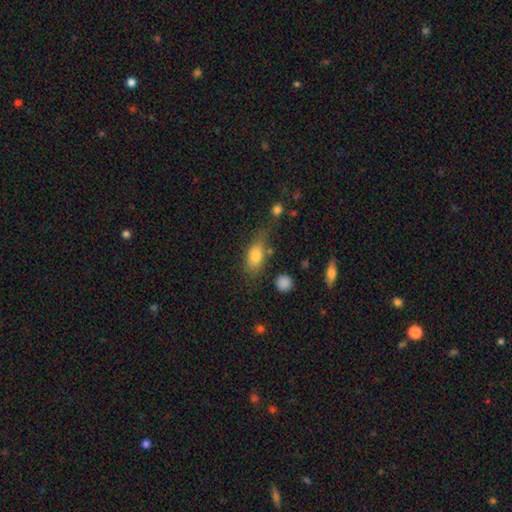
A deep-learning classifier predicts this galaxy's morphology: The model was most divided on "merging": none: 51%, minor disturbance: 25%, major disturbance: 14%, merger: 10%. More confident: how rounded — in between (79%); smooth or featured — smooth (76%).